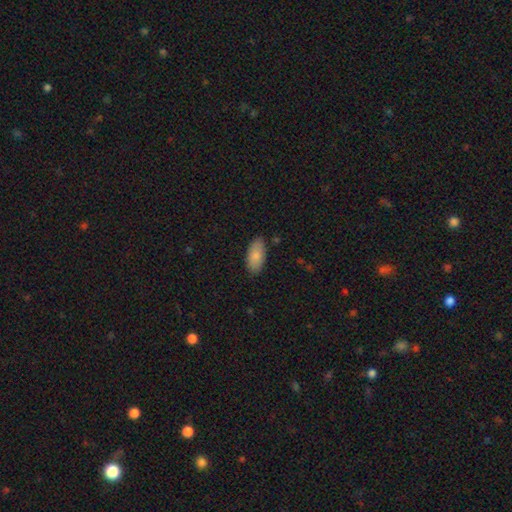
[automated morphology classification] smooth-or-featured: smooth: 82% | featured or disk: 11% | star or artifact: 6%
  how-rounded: in between: 92% | cigar-shaped: 5% | round: 2%
  merging: none: 84% | minor disturbance: 13% | major disturbance: 2% | merger: 1%